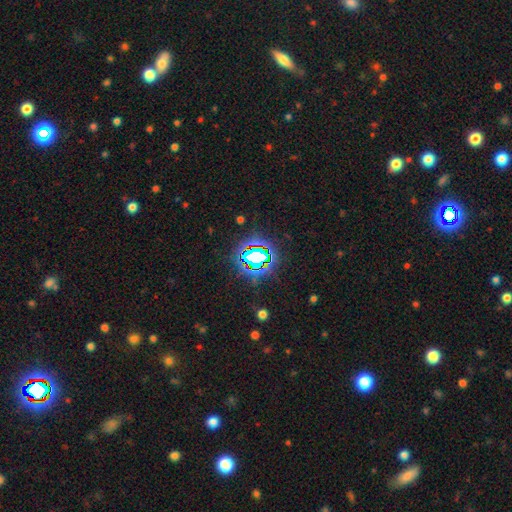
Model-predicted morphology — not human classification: The model was most divided on "smooth or featured": star or artifact: 72%, smooth: 16%, featured or disk: 12%.